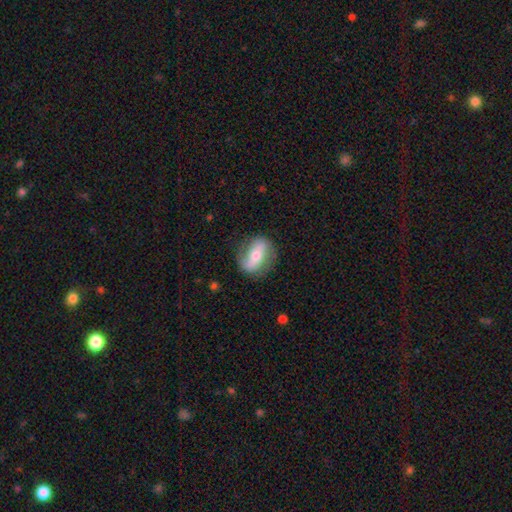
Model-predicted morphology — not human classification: Overall: featured or disk (60%; smooth 34%). Edge-on disk: no (88%). Bar: strong (48%; weak 26%). Spiral arms: yes (69%; no 31%). Bulge size: moderate (58%; small 33%). Merging: none (75%).